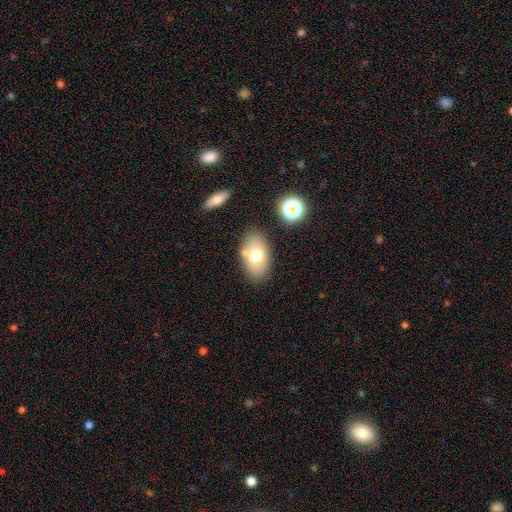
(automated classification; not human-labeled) Smooth or featured?
  - smooth: 69% *
  - featured or disk: 21%
  - star or artifact: 10%
How rounded?
  - in between: 89% *
  - round: 9%
  - cigar-shaped: 2%
Merging?
  - none: 76% *
  - minor disturbance: 14%
  - merger: 7%
  - major disturbance: 4%